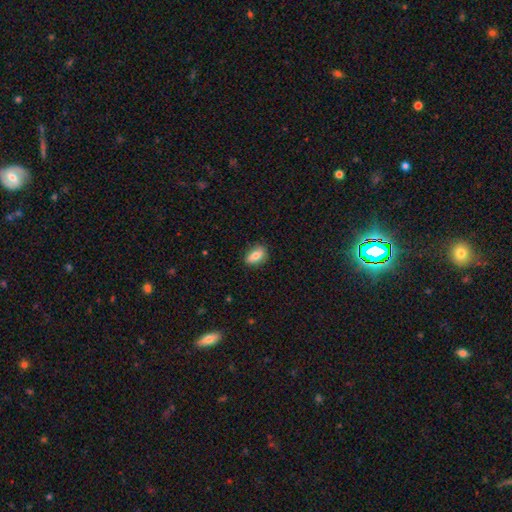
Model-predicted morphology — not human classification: A smooth galaxy with no disk features (79%) that is in between round and cigar-shaped (86%).

Vote fractions:
- Smooth or featured? smooth: 79% / featured or disk: 13% / star or artifact: 8%
- How rounded? in between: 86% / round: 8% / cigar-shaped: 6%
- Merging? none: 81% / minor disturbance: 15% / major disturbance: 3% / merger: 1%